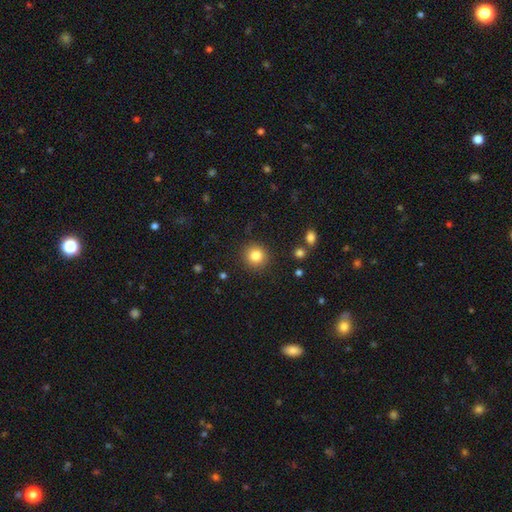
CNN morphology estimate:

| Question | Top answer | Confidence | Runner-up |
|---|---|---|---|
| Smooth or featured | smooth | 83% | star or artifact (10%) |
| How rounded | round | 93% | in between (6%) |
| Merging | none | 90% | minor disturbance (6%) |